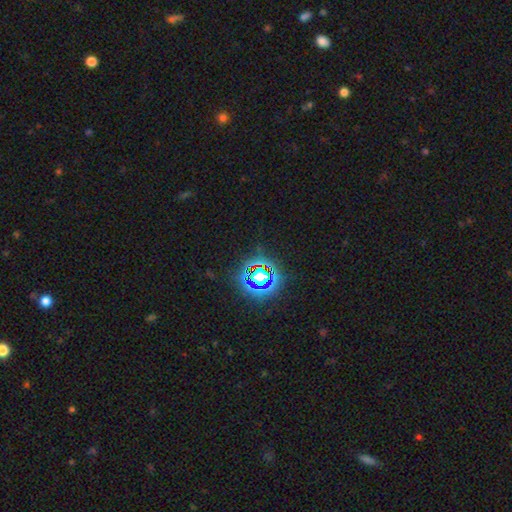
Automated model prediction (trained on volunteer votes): Smooth or featured?
  - star or artifact: 78% *
  - smooth: 15%
  - featured or disk: 7%